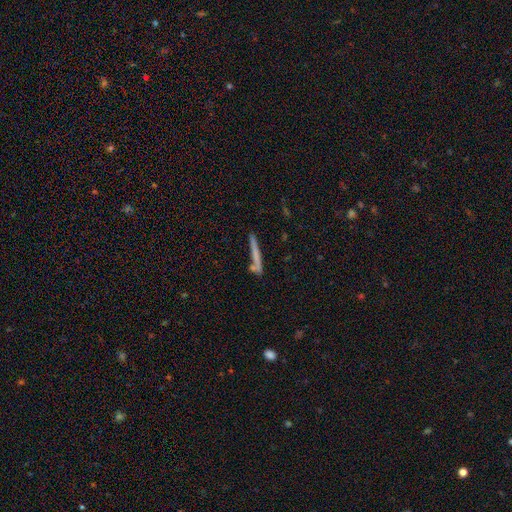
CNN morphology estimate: Overall: smooth (59%; featured or disk 33%). How rounded: cigar-shaped (95%). Merging: none (74%).